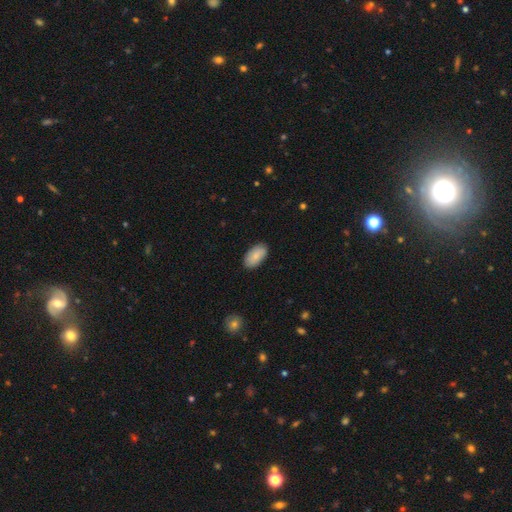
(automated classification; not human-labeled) Overall: smooth (85%). How rounded: in between (95%). Merging: none (88%).